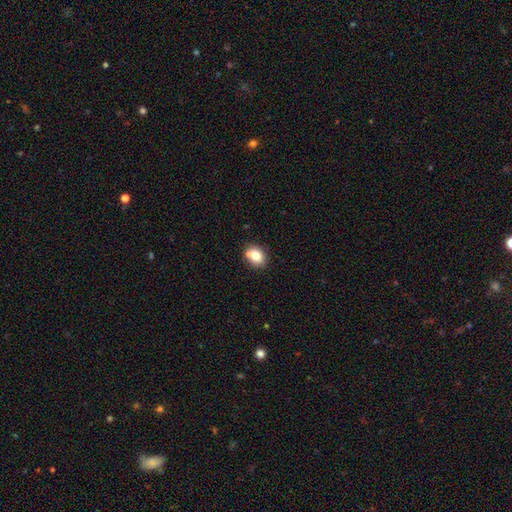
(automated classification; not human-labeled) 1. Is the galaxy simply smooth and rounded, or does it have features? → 76% smooth, 14% featured or disk, 10% star or artifact.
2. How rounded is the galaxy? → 50% in between, 49% round, 1% cigar-shaped.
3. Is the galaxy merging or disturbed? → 59% none, 24% merger, 13% minor disturbance, 4% major disturbance.